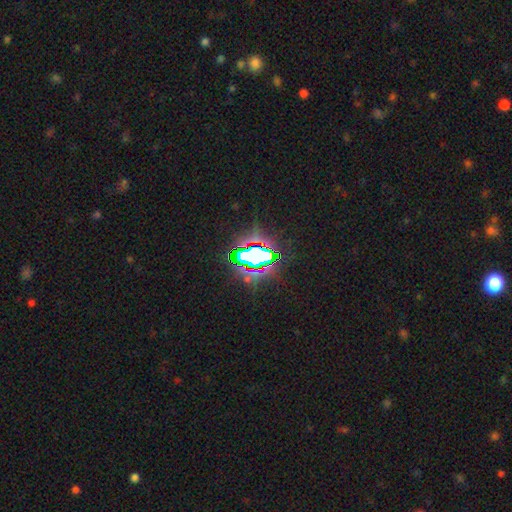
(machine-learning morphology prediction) Smooth or featured?
  - star or artifact: 69% *
  - smooth: 17%
  - featured or disk: 14%